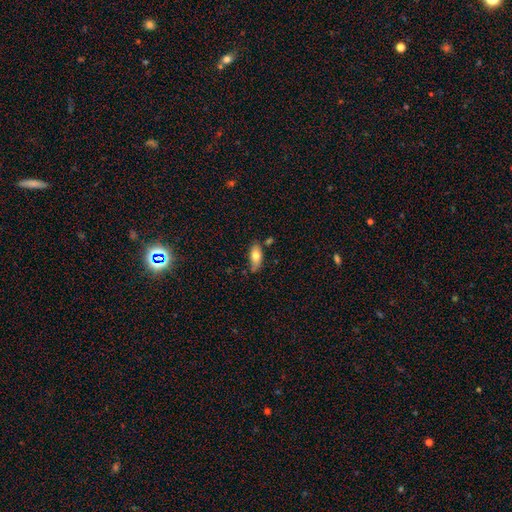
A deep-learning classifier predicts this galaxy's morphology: Smooth or featured? smooth (75%)
How rounded? in between (87%)
Merging? none (67%)